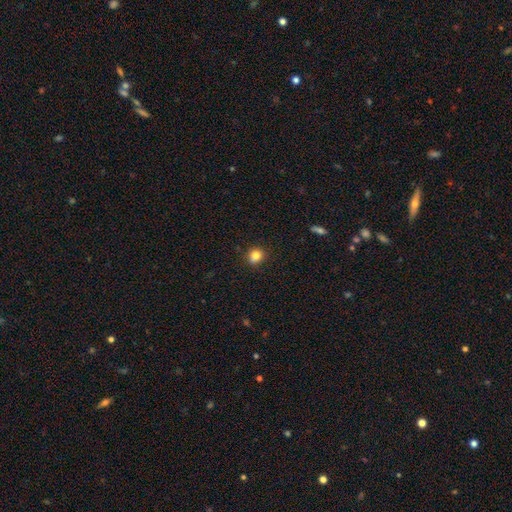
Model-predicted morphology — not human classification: smooth-or-featured: smooth: 82% | star or artifact: 12% | featured or disk: 6%
  how-rounded: round: 77% | in between: 22% | cigar-shaped: 1%
  merging: none: 84% | minor disturbance: 11% | major disturbance: 2% | merger: 2%